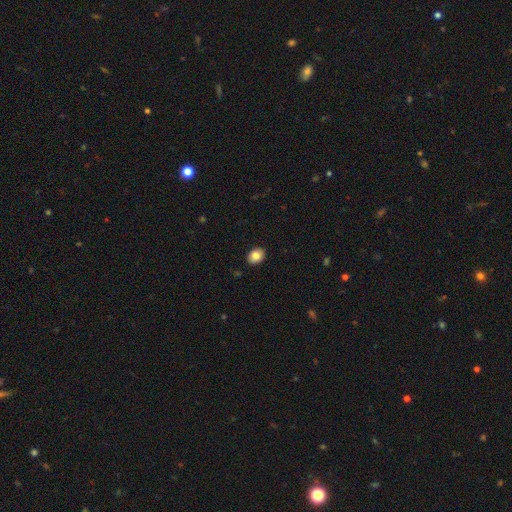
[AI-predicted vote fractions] smooth 82%, featured or disk 10%, star or artifact 8%. Down the decision tree: how rounded — in between (65%); merging — none (90%).